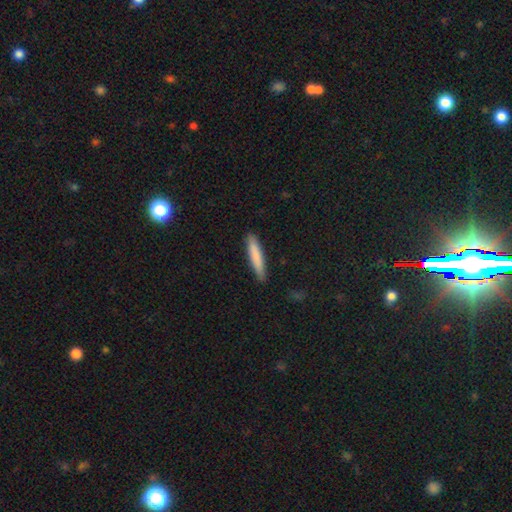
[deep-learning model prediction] smooth-or-featured: smooth: 81% | featured or disk: 13% | star or artifact: 6%
  how-rounded: cigar-shaped: 91% | in between: 8% | round: 1%
  merging: none: 88% | minor disturbance: 9% | major disturbance: 2% | merger: 1%